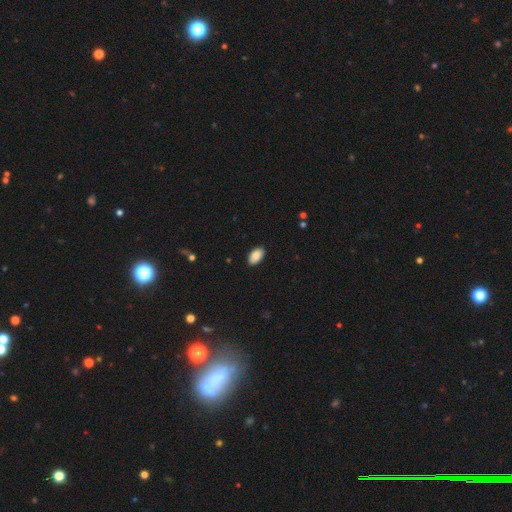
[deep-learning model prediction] smooth-or-featured: smooth: 88% | star or artifact: 7% | featured or disk: 5%
  how-rounded: in between: 94% | round: 4% | cigar-shaped: 1%
  merging: none: 89% | minor disturbance: 8% | major disturbance: 2% | merger: 1%